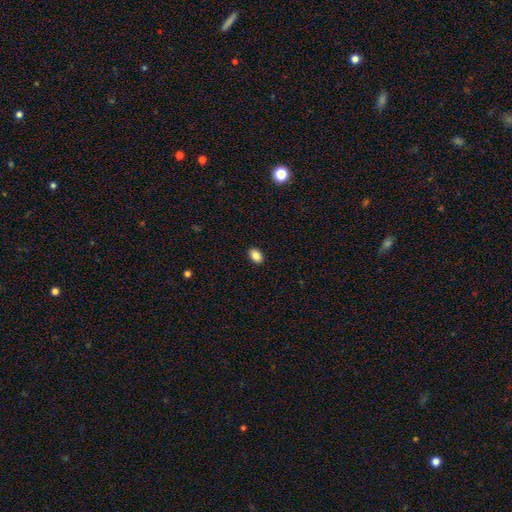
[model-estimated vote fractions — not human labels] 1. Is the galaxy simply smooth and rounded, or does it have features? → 86% smooth, 9% star or artifact, 5% featured or disk.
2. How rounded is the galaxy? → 82% in between, 17% round, 1% cigar-shaped.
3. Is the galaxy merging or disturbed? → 90% none, 7% minor disturbance, 2% major disturbance, 1% merger.